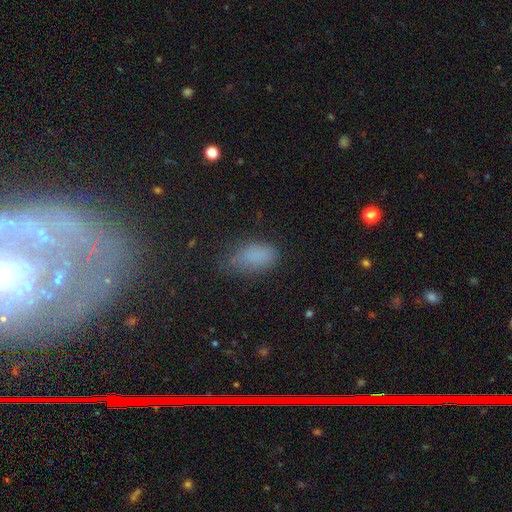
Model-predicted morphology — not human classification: Smooth or featured? Predicted: smooth (p=0.82). How rounded? Predicted: in between (p=0.91). Merging? Predicted: none (p=0.59).